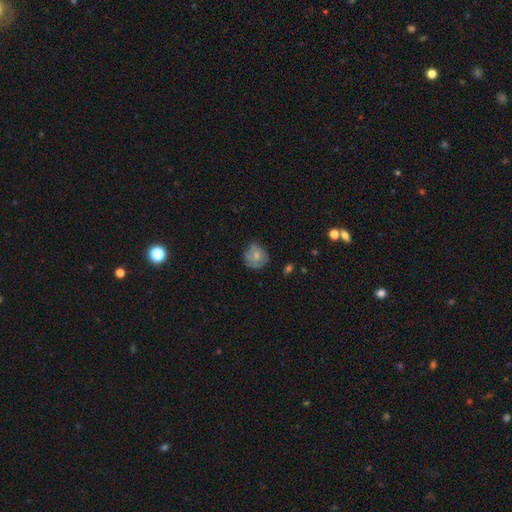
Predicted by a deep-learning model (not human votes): This appears to be a smooth galaxy with no disk features (61%) that is round (83%). Merging: none (64%).